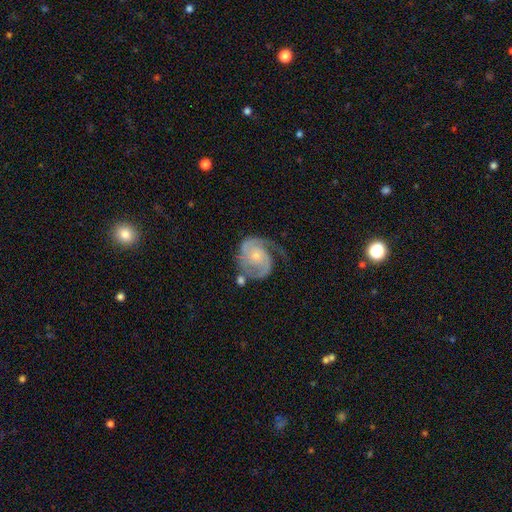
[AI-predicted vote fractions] Smooth or featured?
  - featured or disk: 87% *
  - smooth: 9%
  - star or artifact: 5%
Edge-on disk?
  - no: 98% *
  - yes: 2%
Bar?
  - no: 69% *
  - weak: 26%
  - strong: 5%
Spiral arms?
  - yes: 97% *
  - no: 3%
Spiral winding?
  - tight: 43% *
  - medium: 42%
  - loose: 14%
Spiral arm count?
  - 2: 70% *
  - 1: 10%
  - 3: 8%
  - can't tell: 8%
  - 4: 2%
  - more than 4: 2%
Bulge size?
  - small: 55% *
  - moderate: 35%
  - none: 6%
  - large: 3%
  - dominant: 1%
Merging?
  - none: 53% *
  - minor disturbance: 22%
  - major disturbance: 18%
  - merger: 6%